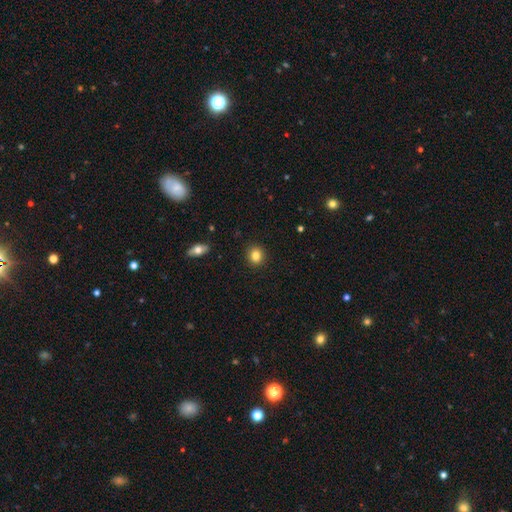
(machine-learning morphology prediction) Overall: smooth (83%). How rounded: round (82%). Merging: none (91%).